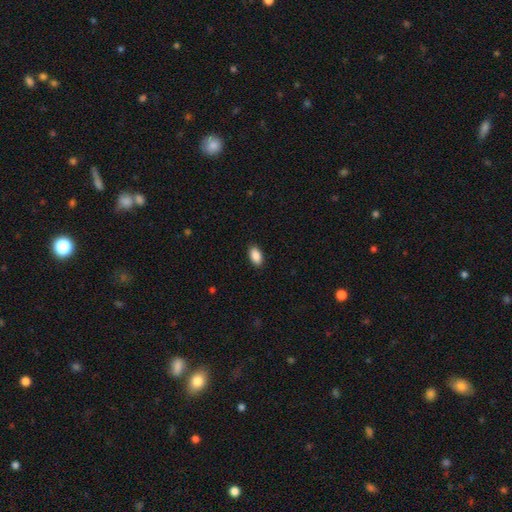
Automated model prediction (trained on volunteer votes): This appears to be a smooth galaxy with no disk features (90%) that is in between round and cigar-shaped (94%). Merging: none (90%).